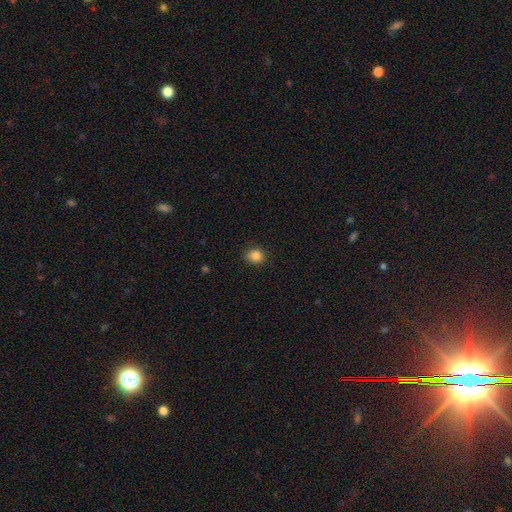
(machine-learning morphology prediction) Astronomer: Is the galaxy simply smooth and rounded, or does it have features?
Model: smooth — 85%.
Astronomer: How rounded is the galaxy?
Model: round — 71%.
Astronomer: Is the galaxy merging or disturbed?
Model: none — 86%.